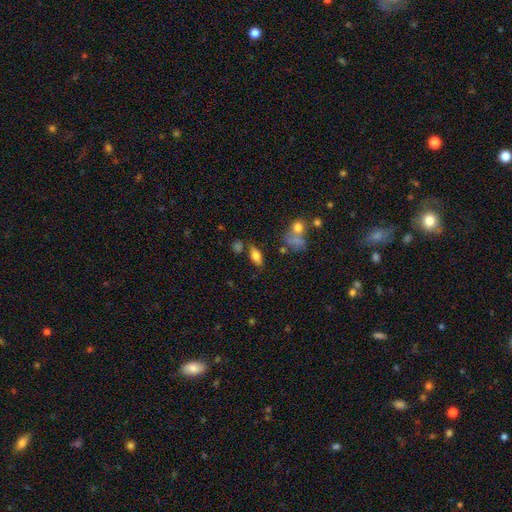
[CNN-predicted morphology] A smooth galaxy with no disk features (73%) that is in between round and cigar-shaped (82%).

Vote fractions:
- Smooth or featured? smooth: 73% / featured or disk: 17% / star or artifact: 10%
- How rounded? in between: 82% / cigar-shaped: 13% / round: 5%
- Merging? none: 70% / minor disturbance: 15% / merger: 10% / major disturbance: 6%